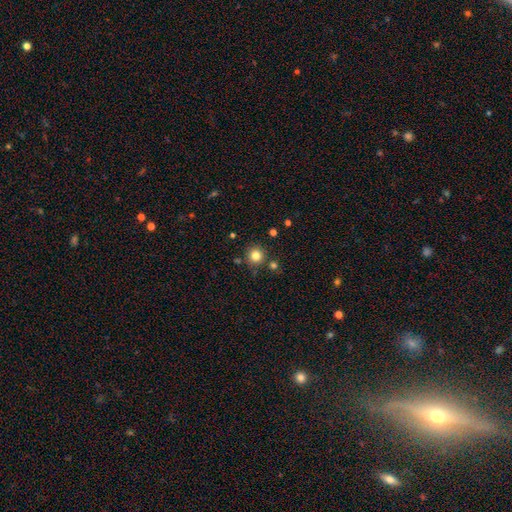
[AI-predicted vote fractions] A smooth galaxy with no disk features (81%) that is round (94%).

Vote fractions:
- Smooth or featured? smooth: 81% / star or artifact: 13% / featured or disk: 6%
- How rounded? round: 94% / in between: 5% / cigar-shaped: 1%
- Merging? none: 84% / minor disturbance: 8% / merger: 6% / major disturbance: 3%